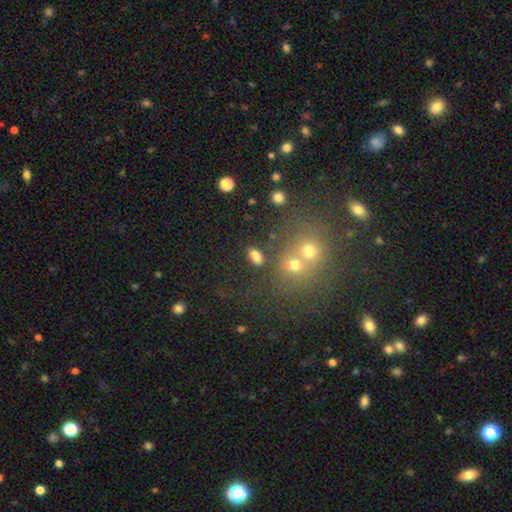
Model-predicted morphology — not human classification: Smooth or featured: smooth — 79% (star or artifact — 13%)
How rounded: in between — 86% (round — 11%)
Merging: none — 72% (minor disturbance — 12%)